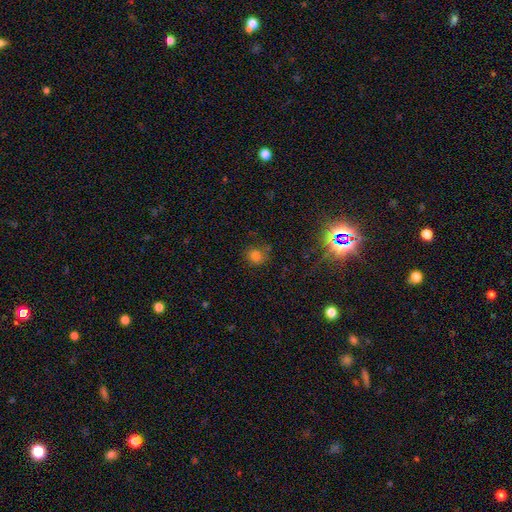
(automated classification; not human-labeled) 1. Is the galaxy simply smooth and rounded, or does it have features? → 72% smooth, 20% star or artifact, 8% featured or disk.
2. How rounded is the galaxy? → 82% round, 17% in between, 1% cigar-shaped.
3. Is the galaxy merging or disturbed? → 70% none, 19% minor disturbance, 7% major disturbance, 4% merger.